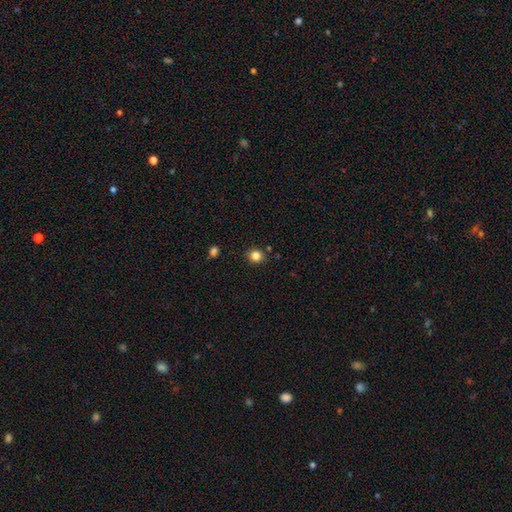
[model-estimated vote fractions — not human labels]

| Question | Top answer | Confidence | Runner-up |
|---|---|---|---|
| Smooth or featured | smooth | 83% | star or artifact (12%) |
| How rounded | round | 82% | in between (17%) |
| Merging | none | 87% | minor disturbance (8%) |